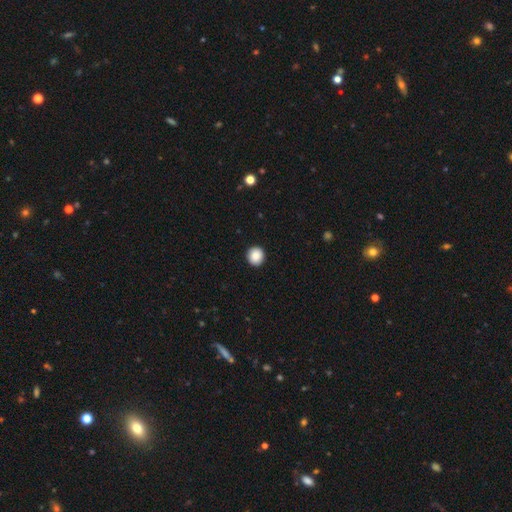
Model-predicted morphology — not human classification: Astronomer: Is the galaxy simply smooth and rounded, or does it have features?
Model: smooth — 89%.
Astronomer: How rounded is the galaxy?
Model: round — 91%.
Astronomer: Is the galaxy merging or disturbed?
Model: none — 93%.